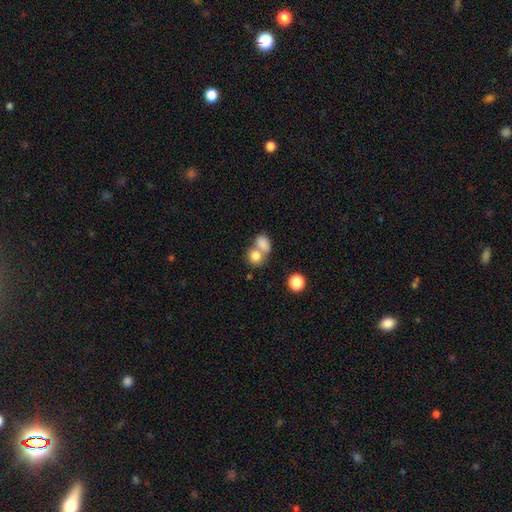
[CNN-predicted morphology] smooth_or_featured: smooth (p=0.81) [alt: star or artifact p=0.09]
how_rounded: round (p=0.60) [alt: in between p=0.39]
merging: merger (p=0.55) [alt: none p=0.34]